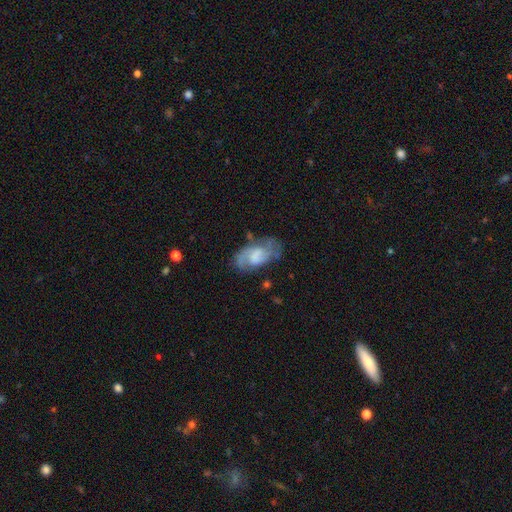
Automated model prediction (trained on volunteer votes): featured or disk 72%, smooth 22%, star or artifact 7%. Down the decision tree: edge-on disk — no (96%); bar — weak (46%); spiral arms — yes (89%); spiral arm count — 2 (74%); spiral winding — medium (49%); bulge size — none (34%); merging — none (64%).